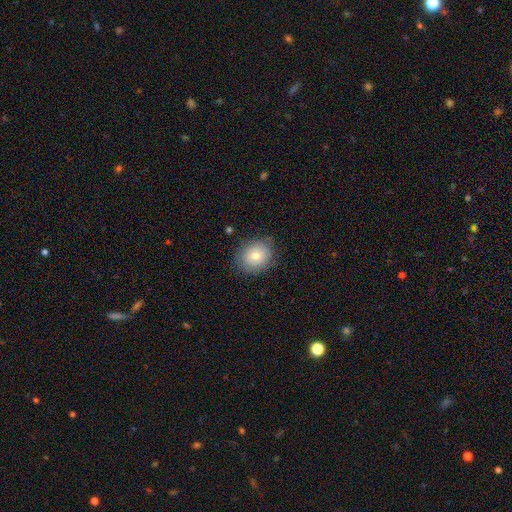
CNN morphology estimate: smooth-or-featured: smooth: 73% | featured or disk: 18% | star or artifact: 9%
  how-rounded: round: 70% | in between: 30% | cigar-shaped: 1%
  merging: none: 82% | minor disturbance: 14% | major disturbance: 4% | merger: 1%